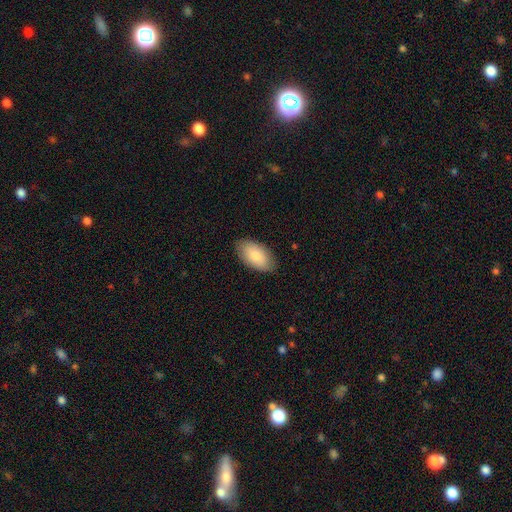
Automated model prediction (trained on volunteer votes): Overall: smooth (82%). How rounded: in between (95%). Merging: none (85%).